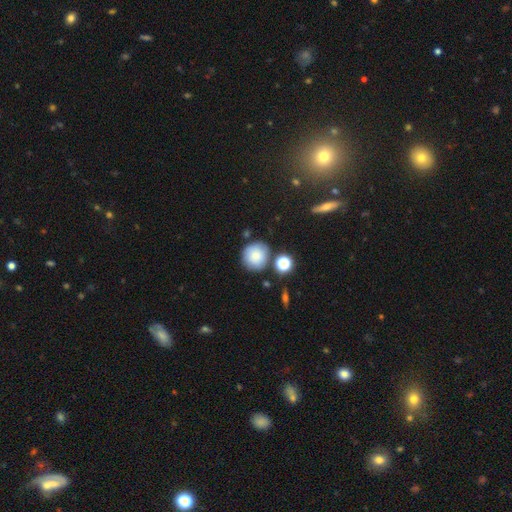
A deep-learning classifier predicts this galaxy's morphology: smooth_or_featured: smooth (p=0.79) [alt: featured or disk p=0.11]
how_rounded: round (p=0.90) [alt: in between p=0.09]
merging: none (p=0.73) [alt: minor disturbance p=0.14]